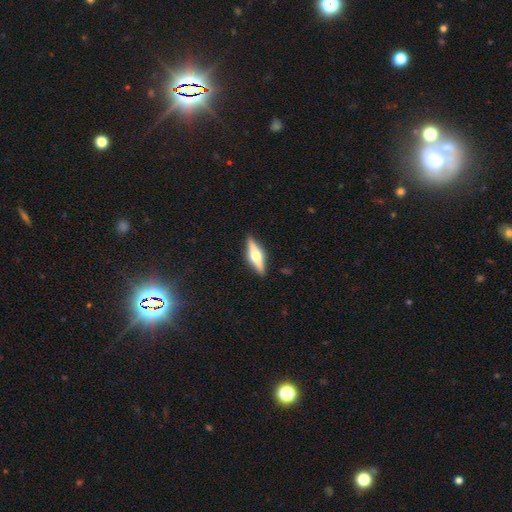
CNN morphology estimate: Smooth or featured? Predicted: featured or disk (p=0.64). Edge-on disk? Predicted: yes (p=0.96). Edge-on bulge? Predicted: rounded (p=0.94). Merging? Predicted: none (p=0.90).